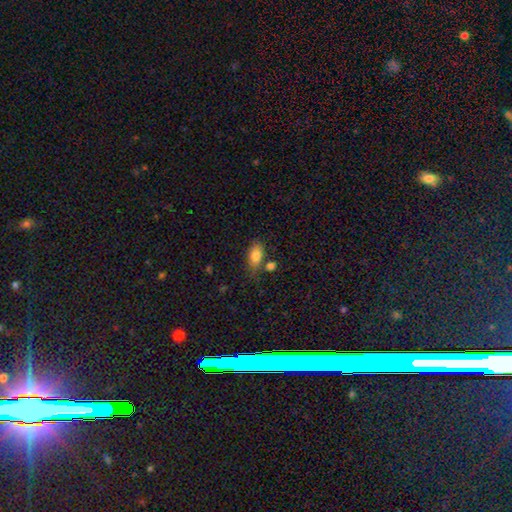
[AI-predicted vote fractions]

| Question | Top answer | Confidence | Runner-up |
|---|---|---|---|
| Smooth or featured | smooth | 82% | featured or disk (10%) |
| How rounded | in between | 88% | round (8%) |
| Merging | none | 63% | minor disturbance (19%) |